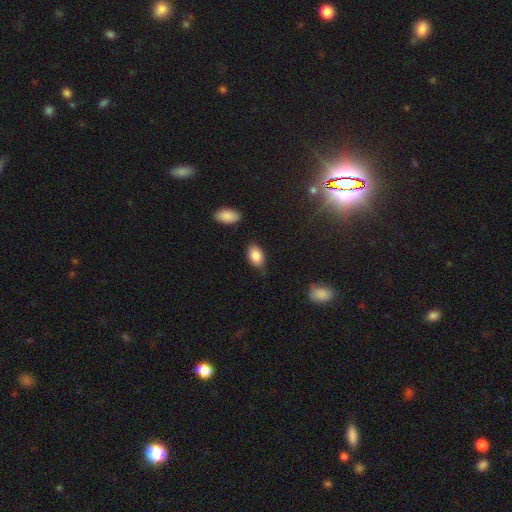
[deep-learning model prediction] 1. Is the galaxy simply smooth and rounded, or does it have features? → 87% smooth, 7% star or artifact, 6% featured or disk.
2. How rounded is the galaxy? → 92% in between, 6% round, 2% cigar-shaped.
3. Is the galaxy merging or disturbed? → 78% none, 16% minor disturbance, 3% major disturbance, 3% merger.